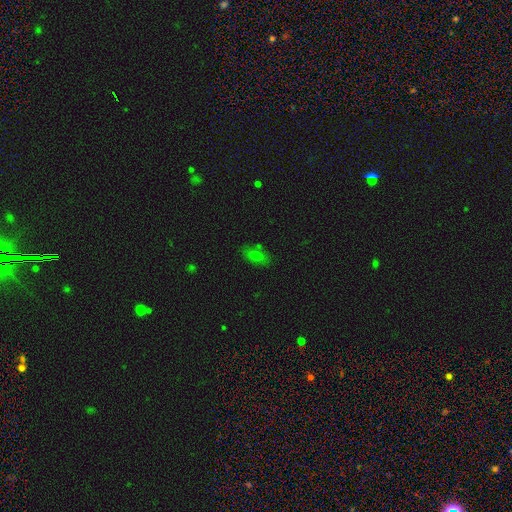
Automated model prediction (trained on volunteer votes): A smooth galaxy with no disk features (64%) that is in between round and cigar-shaped (80%). Merging: none (75%).